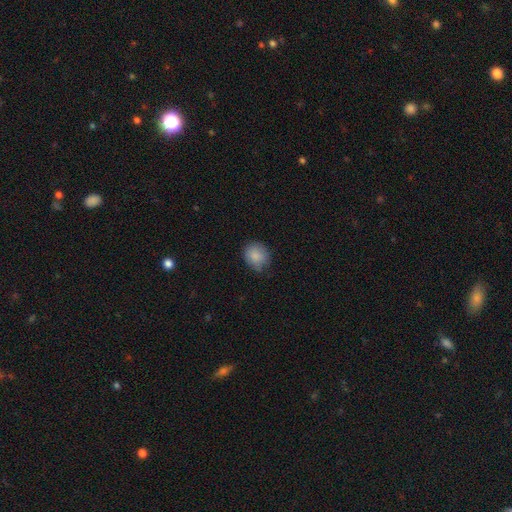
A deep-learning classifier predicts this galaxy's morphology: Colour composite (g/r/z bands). It shows a smooth galaxy with no disk features (87%) that is round (70%). Merging: none (77%).